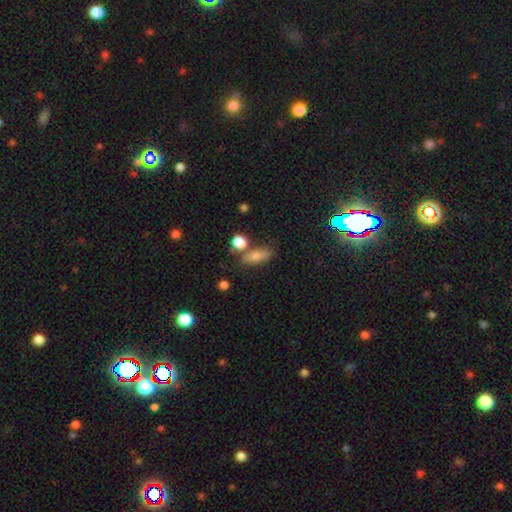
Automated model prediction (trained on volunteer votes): This appears to be a smooth galaxy with no disk features (74%) that is in between round and cigar-shaped (71%). Merging: none (62%).